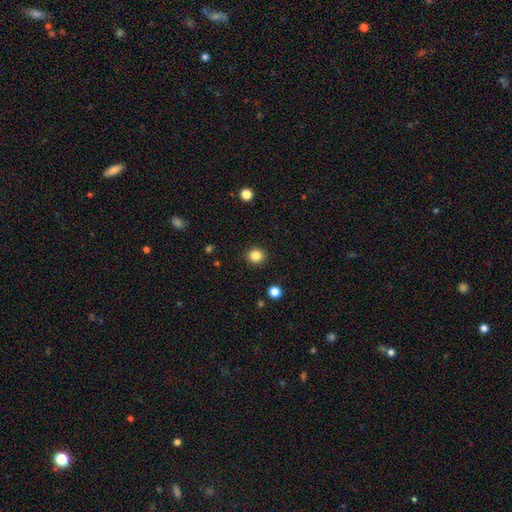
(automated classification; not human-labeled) Smooth or featured? Predicted: smooth (p=0.84). How rounded? Predicted: round (p=0.90). Merging? Predicted: none (p=0.92).